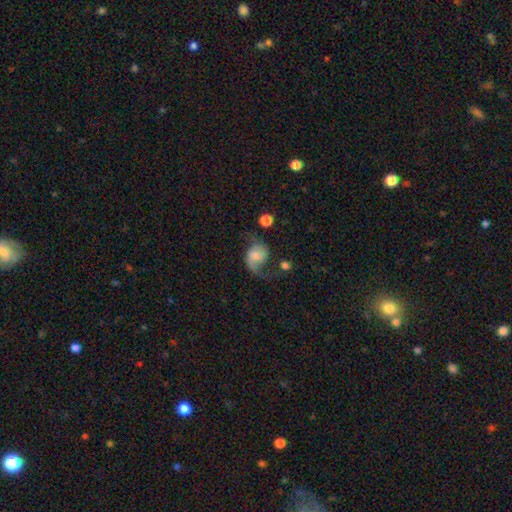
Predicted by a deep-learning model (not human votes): Smooth or featured: featured or disk — 72% (smooth — 20%)
Edge-on disk: no — 98% (yes — 2%)
Bar: no — 50% (weak — 40%)
Spiral arms: yes — 94% (no — 6%)
Spiral winding: loose — 63% (medium — 30%)
Spiral arm count: 2 — 87% (1 — 8%)
Bulge size: none — 29% (small — 26%)
Merging: none — 56% (minor disturbance — 21%)